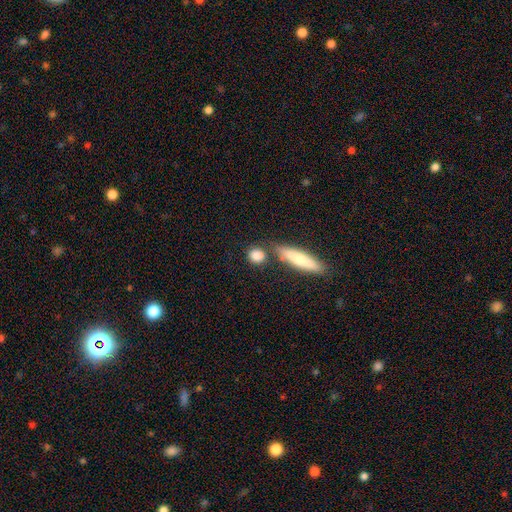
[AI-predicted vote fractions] Smooth or featured?
  - smooth: 83% *
  - featured or disk: 8%
  - star or artifact: 8%
How rounded?
  - round: 66% *
  - in between: 22%
  - cigar-shaped: 12%
Merging?
  - none: 70% *
  - merger: 15%
  - minor disturbance: 11%
  - major disturbance: 4%